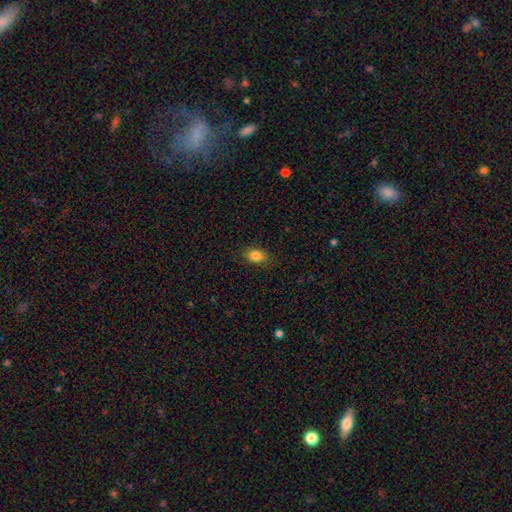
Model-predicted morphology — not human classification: A smooth galaxy with no disk features (84%) that is in between round and cigar-shaped (76%).

Vote fractions:
- Smooth or featured? smooth: 84% / star or artifact: 9% / featured or disk: 6%
- How rounded? in between: 76% / round: 23% / cigar-shaped: 1%
- Merging? none: 84% / minor disturbance: 12% / major disturbance: 3% / merger: 1%